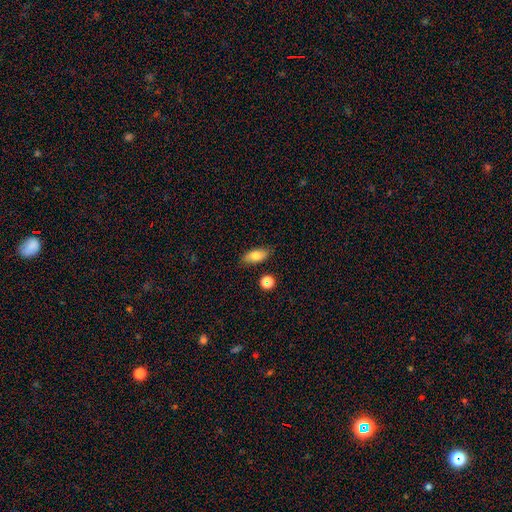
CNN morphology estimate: The model was most divided on "smooth or featured": smooth: 77%, featured or disk: 14%, star or artifact: 9%. More confident: how rounded — in between (84%); merging — none (83%).